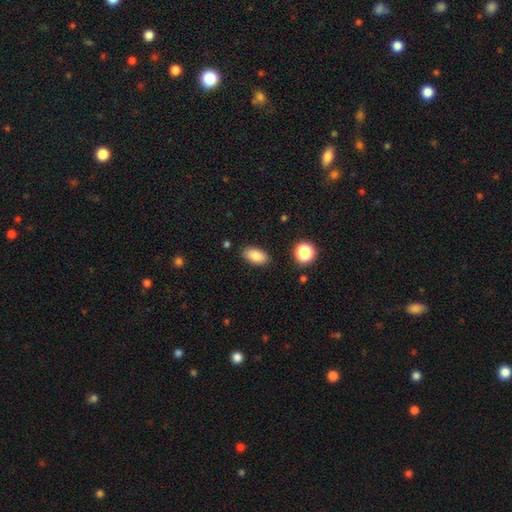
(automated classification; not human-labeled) smooth-or-featured: smooth: 84% | star or artifact: 8% | featured or disk: 7%
  how-rounded: in between: 92% | round: 5% | cigar-shaped: 4%
  merging: none: 86% | minor disturbance: 9% | major disturbance: 2% | merger: 2%